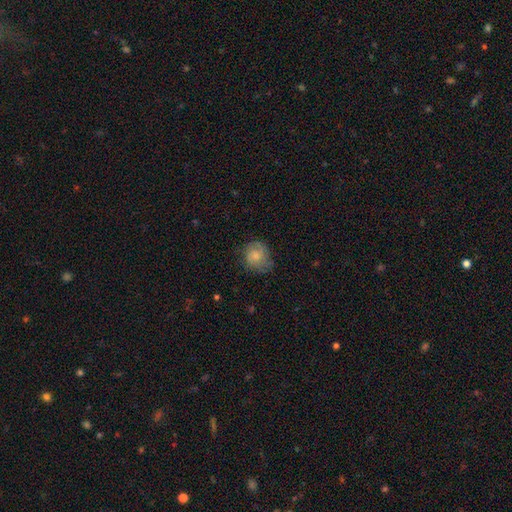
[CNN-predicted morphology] Q: Smooth or featured?
A: smooth (68%); runner-up: featured or disk (25%)
Q: How rounded?
A: round (74%); runner-up: in between (25%)
Q: Merging?
A: none (61%); runner-up: minor disturbance (28%)